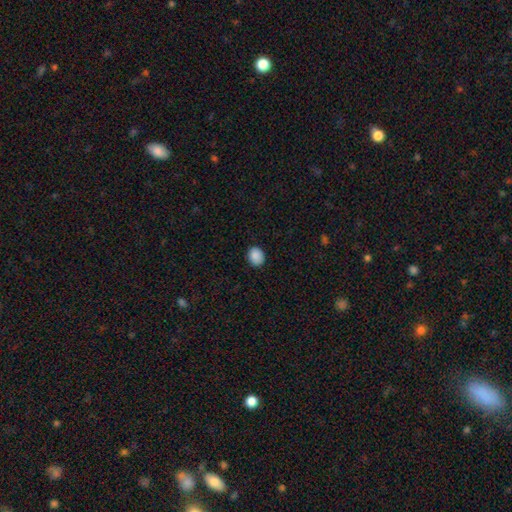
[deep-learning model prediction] Smooth or featured? Predicted: smooth (p=0.88). How rounded? Predicted: round (p=0.59). Merging? Predicted: none (p=0.87).